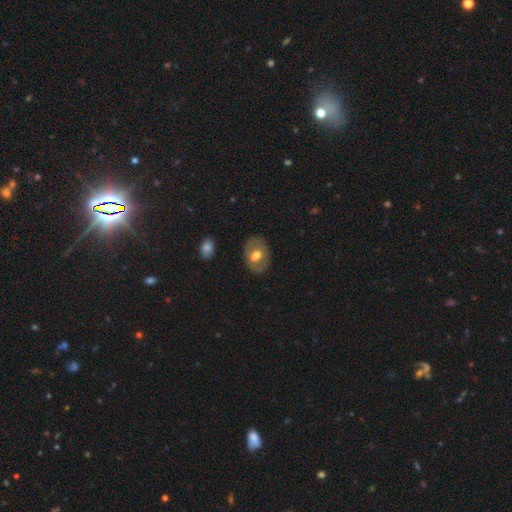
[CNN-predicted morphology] smooth-or-featured: smooth: 50% | featured or disk: 43% | star or artifact: 7%
  how-rounded: in between: 75% | round: 24% | cigar-shaped: 1%
  merging: none: 76% | minor disturbance: 16% | major disturbance: 5% | merger: 3%